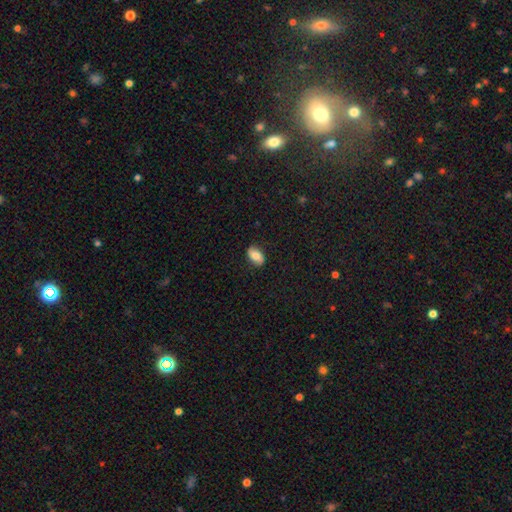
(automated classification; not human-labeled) smooth-or-featured: smooth: 76% | featured or disk: 16% | star or artifact: 7%
  how-rounded: in between: 90% | round: 7% | cigar-shaped: 3%
  merging: none: 82% | minor disturbance: 14% | major disturbance: 3% | merger: 1%